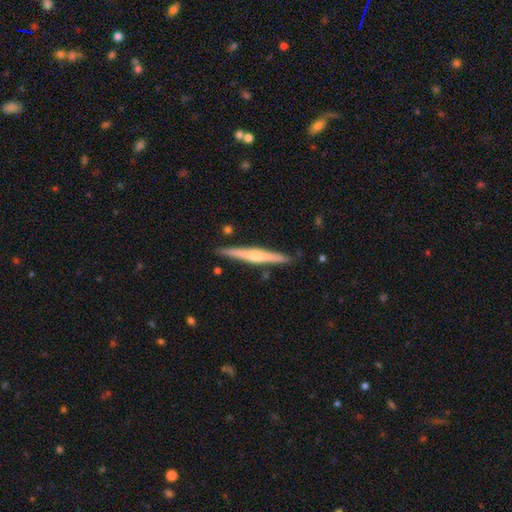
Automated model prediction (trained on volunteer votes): smooth_or_featured: featured or disk (p=0.61) [alt: smooth p=0.33]
disk_edge_on: yes (p=0.98) [alt: no p=0.02]
edge_on_bulge: rounded (p=0.73) [alt: none p=0.20]
merging: none (p=0.88) [alt: minor disturbance p=0.08]